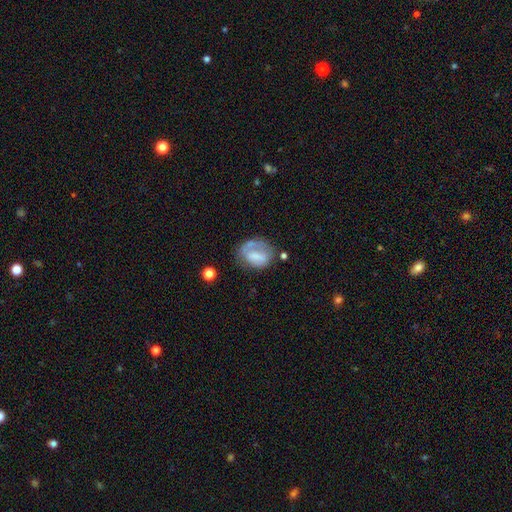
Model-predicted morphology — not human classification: Q: Smooth or featured?
A: smooth (52%); runner-up: featured or disk (39%)
Q: How rounded?
A: in between (54%); runner-up: round (45%)
Q: Merging?
A: none (44%); runner-up: minor disturbance (27%)